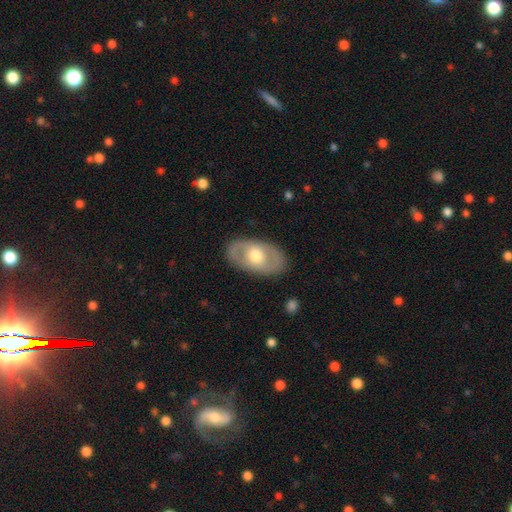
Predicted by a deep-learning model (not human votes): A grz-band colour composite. It shows a featured or disk galaxy (57%) with no bar (77%), no spiral arms (72%) and a moderate central bulge (71%). Merging: none (84%).